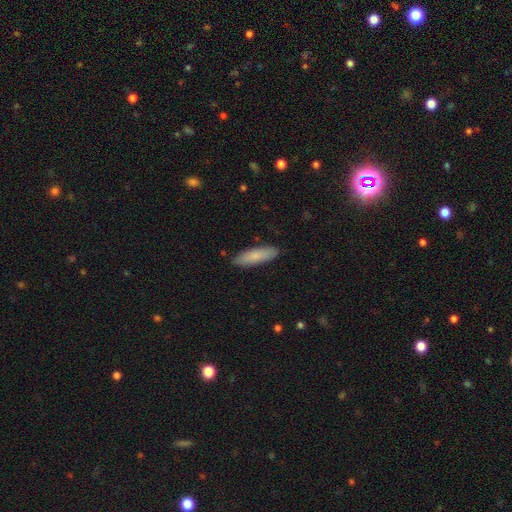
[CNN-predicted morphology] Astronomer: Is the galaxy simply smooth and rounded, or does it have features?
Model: smooth — 82%.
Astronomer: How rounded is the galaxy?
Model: cigar-shaped — 60% (runner-up: in between, 38%).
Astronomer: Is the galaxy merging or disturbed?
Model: none — 88%.